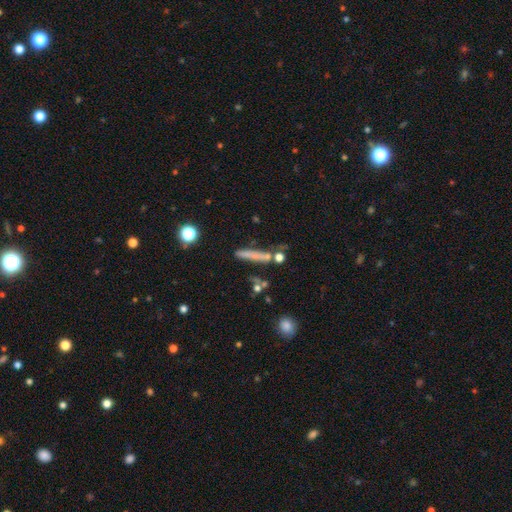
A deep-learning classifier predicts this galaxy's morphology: Smooth or featured: smooth — 62% (featured or disk — 27%)
How rounded: cigar-shaped — 90% (in between — 6%)
Merging: none — 69% (minor disturbance — 15%)